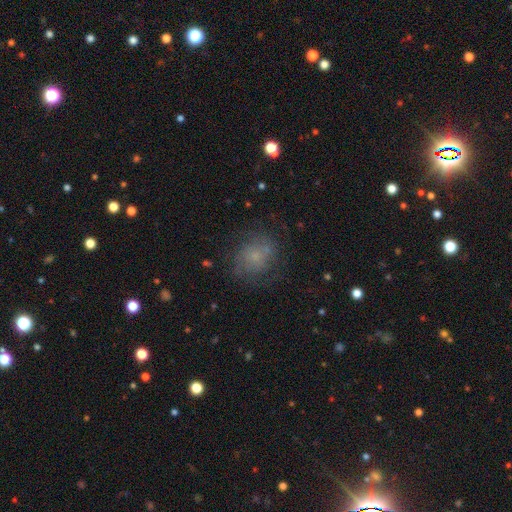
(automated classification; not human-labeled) A smooth galaxy with no disk features (56%) that is round (66%). Merging: none (68%).